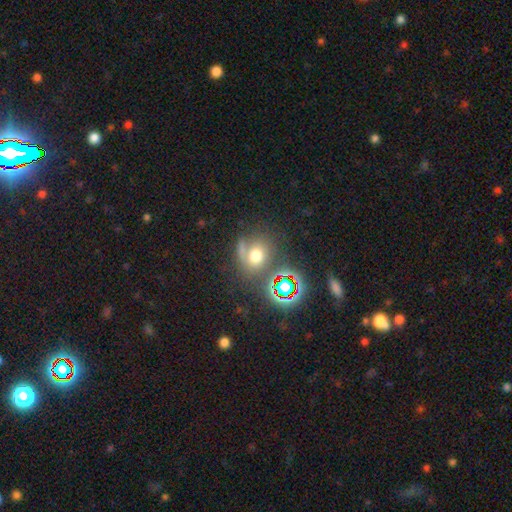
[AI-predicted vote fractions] Smooth or featured: smooth — 59% (star or artifact — 24%)
How rounded: round — 70% (in between — 28%)
Merging: none — 59% (minor disturbance — 17%)